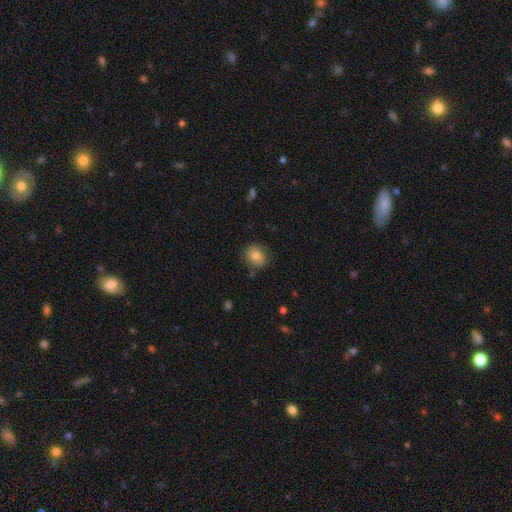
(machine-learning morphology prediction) Smooth or featured? Predicted: smooth (p=0.78). How rounded? Predicted: round (p=0.71). Merging? Predicted: none (p=0.78).